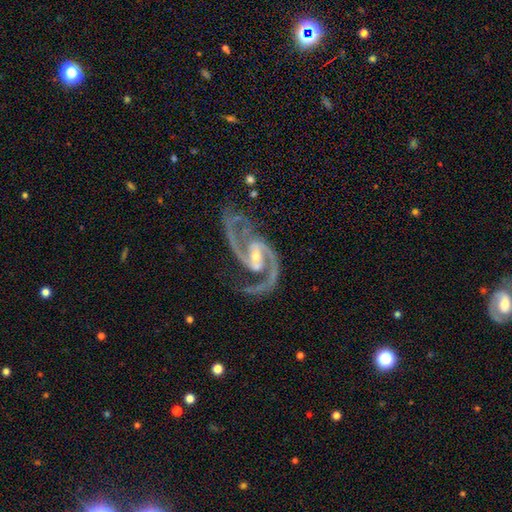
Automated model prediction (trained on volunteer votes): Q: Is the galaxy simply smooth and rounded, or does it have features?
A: featured or disk — 94%.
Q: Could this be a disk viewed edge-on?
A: no — 98%.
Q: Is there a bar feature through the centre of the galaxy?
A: weak — 43%.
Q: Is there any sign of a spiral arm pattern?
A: yes — 99%.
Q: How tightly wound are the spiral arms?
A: medium — 65%.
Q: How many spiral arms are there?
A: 2 — 92%.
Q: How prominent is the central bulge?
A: small — 65%.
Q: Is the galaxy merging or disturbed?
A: none — 67%.